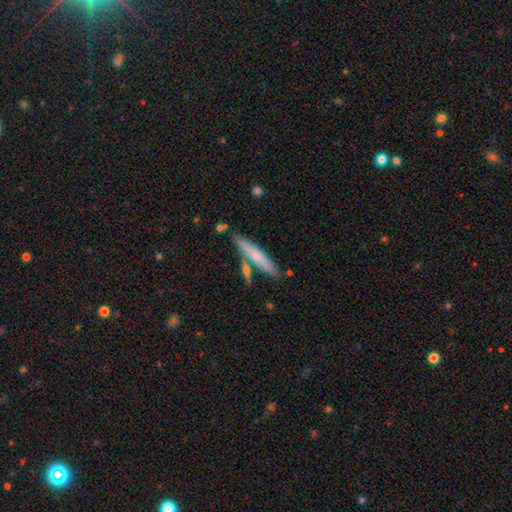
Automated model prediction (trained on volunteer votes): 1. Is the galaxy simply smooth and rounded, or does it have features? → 69% smooth, 25% featured or disk, 6% star or artifact.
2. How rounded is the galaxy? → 90% cigar-shaped, 8% in between, 1% round.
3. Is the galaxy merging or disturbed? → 75% none, 12% minor disturbance, 11% merger, 3% major disturbance.